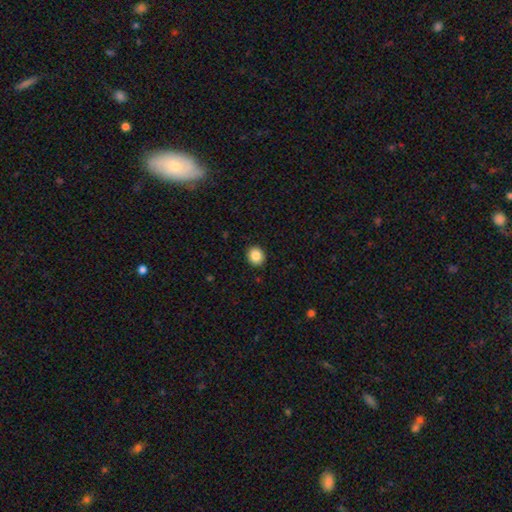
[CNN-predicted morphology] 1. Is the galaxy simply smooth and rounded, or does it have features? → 86% smooth, 9% star or artifact, 5% featured or disk.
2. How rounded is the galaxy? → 74% round, 25% in between, 1% cigar-shaped.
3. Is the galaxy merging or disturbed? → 91% none, 6% minor disturbance, 2% major disturbance, 1% merger.